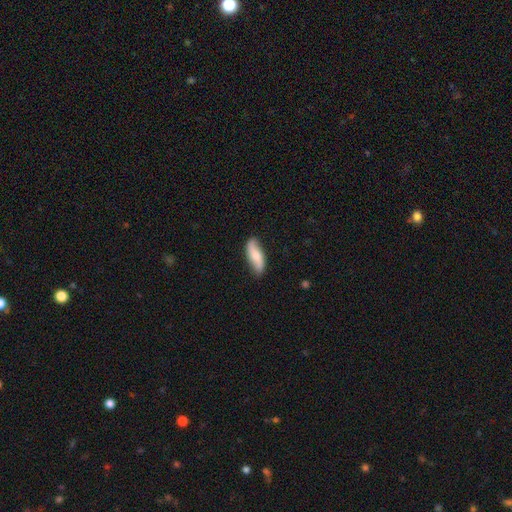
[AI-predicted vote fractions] A smooth galaxy with no disk features (50%). Merging: none (83%).